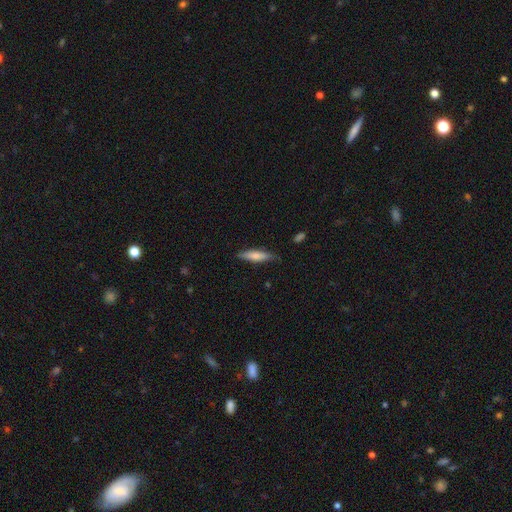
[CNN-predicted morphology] Overall: smooth (67%). How rounded: cigar-shaped (77%). Merging: none (80%).